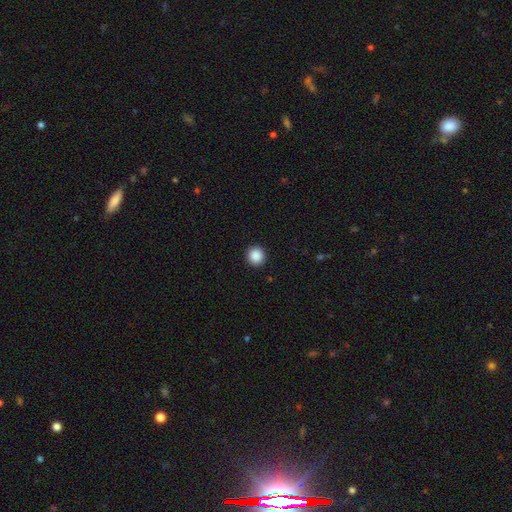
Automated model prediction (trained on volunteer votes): smooth_or_featured: smooth (p=0.88) [alt: star or artifact p=0.09]
how_rounded: round (p=0.94) [alt: in between p=0.05]
merging: none (p=0.93) [alt: minor disturbance p=0.05]